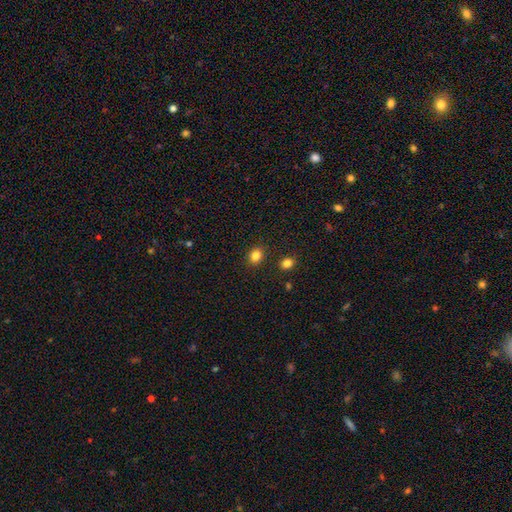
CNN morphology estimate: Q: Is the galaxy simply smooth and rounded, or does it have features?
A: smooth — 83%.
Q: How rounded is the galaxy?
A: round — 57%.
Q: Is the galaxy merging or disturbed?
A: none — 87%.